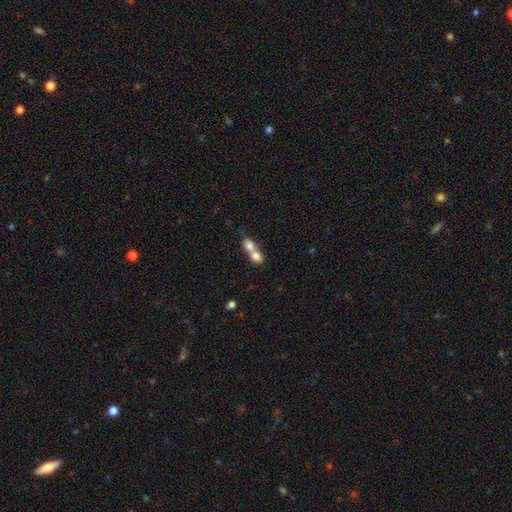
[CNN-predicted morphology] Smooth or featured?
  - smooth: 76% *
  - featured or disk: 16%
  - star or artifact: 8%
How rounded?
  - in between: 55% *
  - round: 41%
  - cigar-shaped: 3%
Merging?
  - merger: 77% *
  - none: 16%
  - minor disturbance: 4%
  - major disturbance: 3%